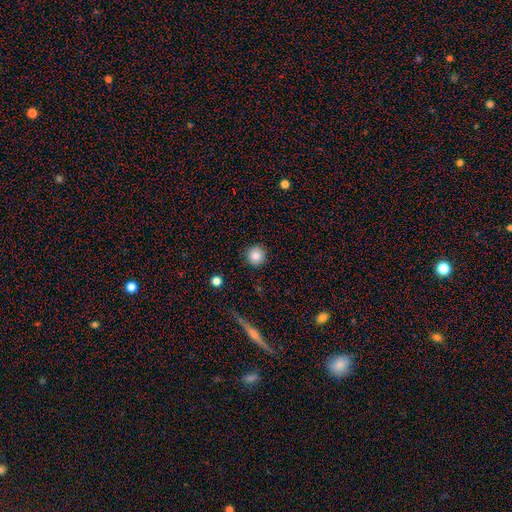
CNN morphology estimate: type=smooth (84%); roundness=round (95%); merging=none (91%).